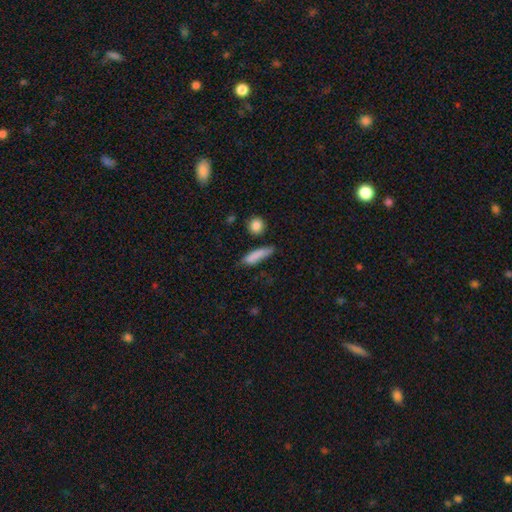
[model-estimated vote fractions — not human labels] Overall: smooth (81%). How rounded: cigar-shaped (69%). Merging: none (61%; minor disturbance 26%).